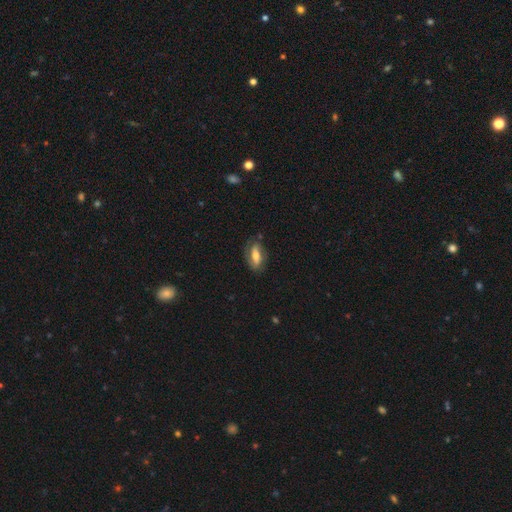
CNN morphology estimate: This is possibly a smooth galaxy (52%). How rounded: likely in between (78%). Merging: likely none (74%).